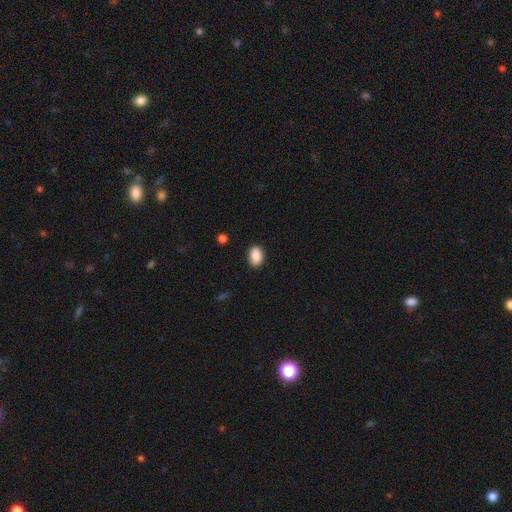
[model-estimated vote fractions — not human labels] This appears to be a smooth galaxy with no disk features (90%) that is in between round and cigar-shaped (84%). Merging: none (89%).